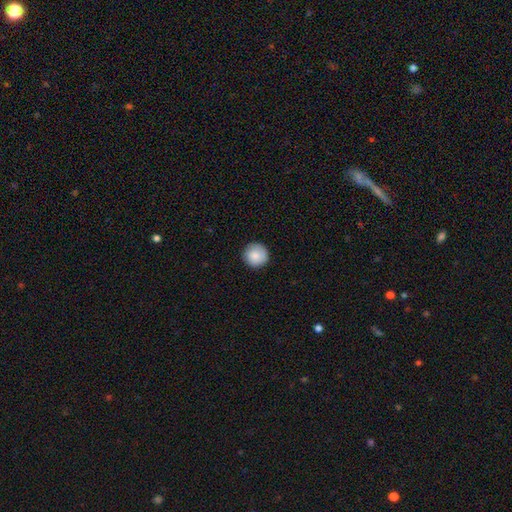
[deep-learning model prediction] Q: Smooth or featured?
A: smooth (84%); runner-up: featured or disk (9%)
Q: How rounded?
A: round (96%); runner-up: in between (3%)
Q: Merging?
A: none (87%); runner-up: minor disturbance (10%)